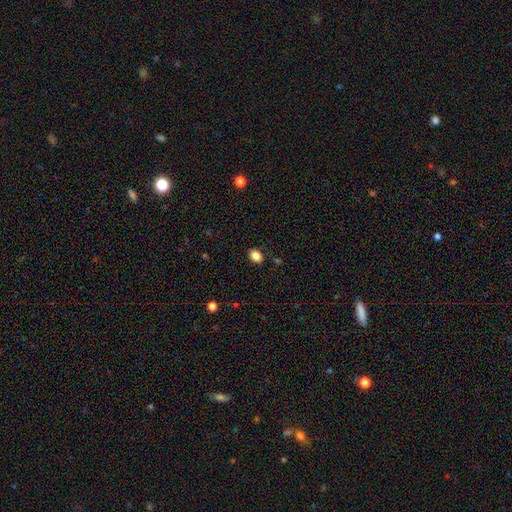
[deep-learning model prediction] The model was most divided on "how rounded": in between: 75%, round: 24%, cigar-shaped: 1%. More confident: merging — none (86%); smooth or featured — smooth (86%).